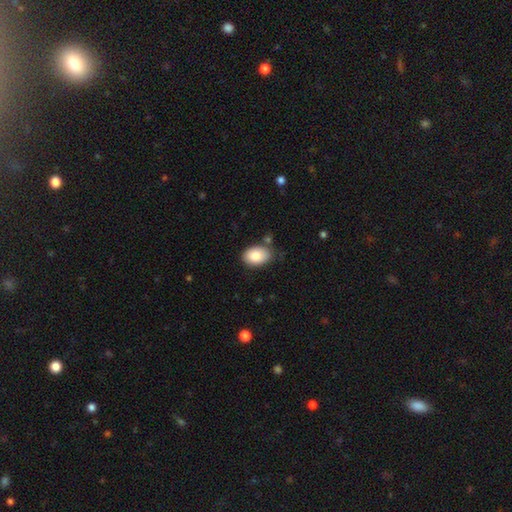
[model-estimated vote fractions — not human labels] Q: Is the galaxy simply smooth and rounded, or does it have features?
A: smooth — 86%.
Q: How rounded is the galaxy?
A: in between — 87%.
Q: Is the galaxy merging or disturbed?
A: none — 76%.